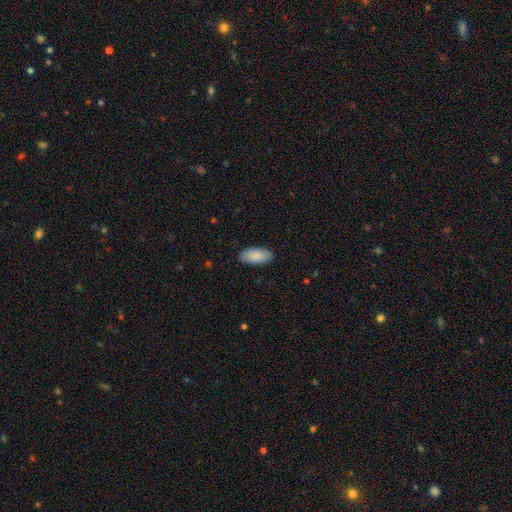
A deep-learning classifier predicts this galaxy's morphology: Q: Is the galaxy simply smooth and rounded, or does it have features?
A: smooth — 88%.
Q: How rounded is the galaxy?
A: in between — 92%.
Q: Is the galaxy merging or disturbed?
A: none — 87%.